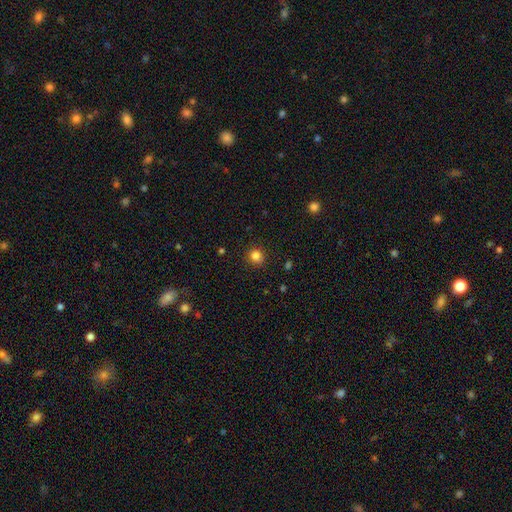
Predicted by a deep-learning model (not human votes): Smooth or featured? smooth (83%)
How rounded? round (91%)
Merging? none (91%)